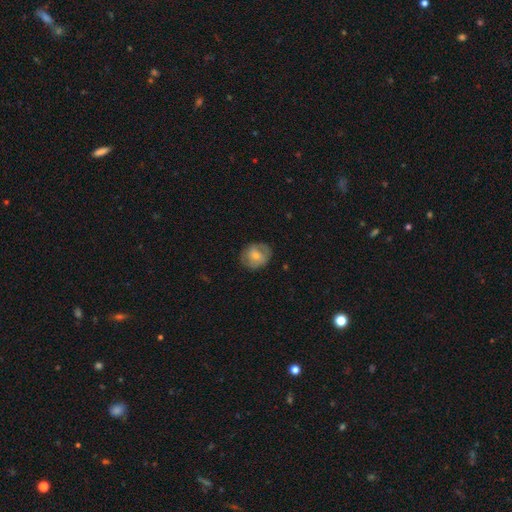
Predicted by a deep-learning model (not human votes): smooth-or-featured: smooth: 55% | featured or disk: 37% | star or artifact: 8%
  how-rounded: round: 64% | in between: 35% | cigar-shaped: 1%
  merging: none: 75% | minor disturbance: 19% | major disturbance: 5% | merger: 1%